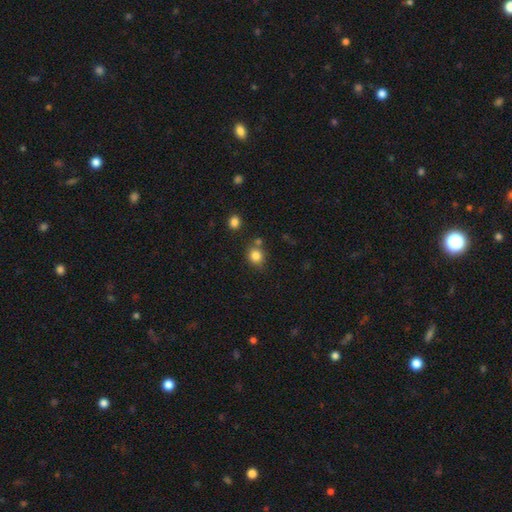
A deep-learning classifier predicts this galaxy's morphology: type=smooth (83%); roundness=round (78%); merging=none (70%).